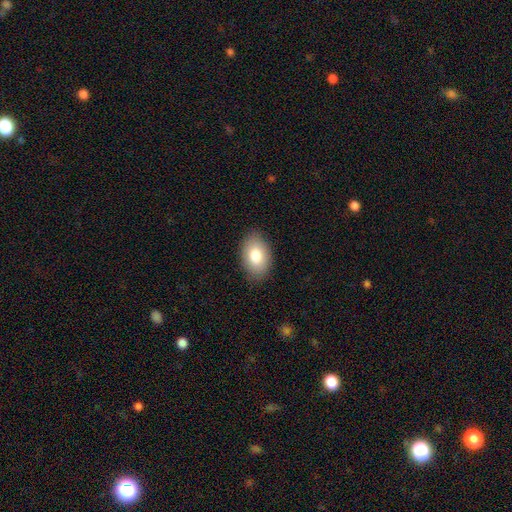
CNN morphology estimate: Smooth or featured: smooth — 80% (featured or disk — 13%)
How rounded: in between — 91% (round — 8%)
Merging: none — 85% (minor disturbance — 11%)